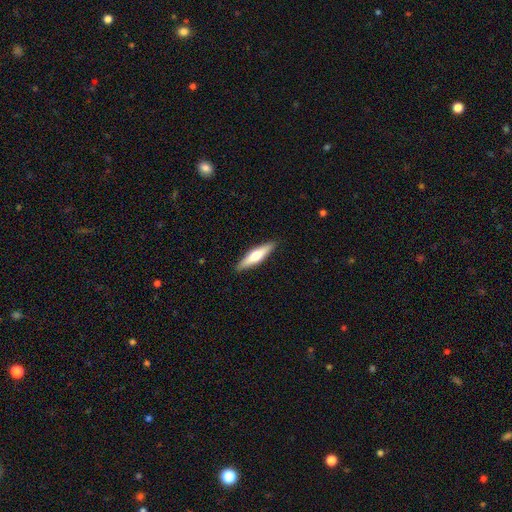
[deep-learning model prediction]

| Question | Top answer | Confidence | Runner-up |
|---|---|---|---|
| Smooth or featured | smooth | 49% | featured or disk (46%) |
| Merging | none | 90% | minor disturbance (7%) |